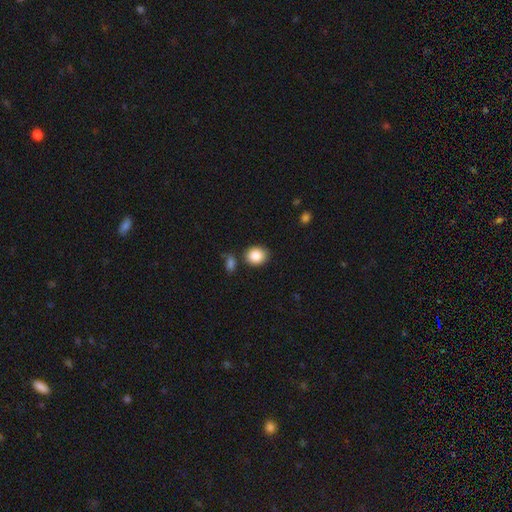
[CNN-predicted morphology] Smooth or featured? Predicted: smooth (p=0.86). How rounded? Predicted: round (p=0.65). Merging? Predicted: none (p=0.81).